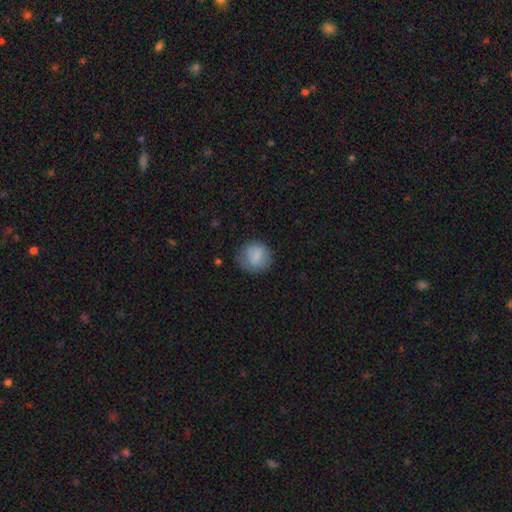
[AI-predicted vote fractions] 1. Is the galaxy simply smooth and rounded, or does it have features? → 83% smooth, 9% featured or disk, 8% star or artifact.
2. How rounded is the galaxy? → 82% round, 17% in between, 1% cigar-shaped.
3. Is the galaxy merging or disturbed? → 71% none, 21% minor disturbance, 7% major disturbance, 1% merger.